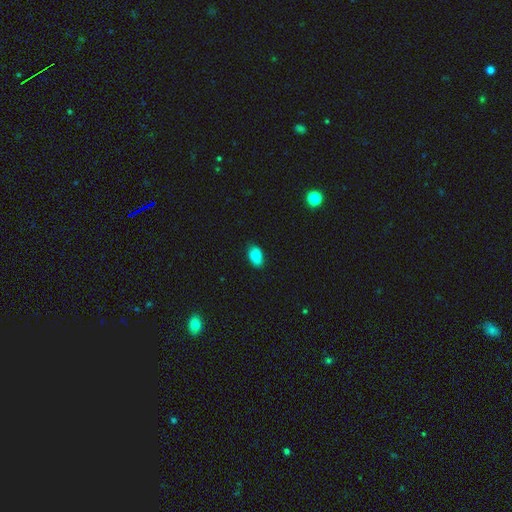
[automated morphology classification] Smooth or featured? Predicted: smooth (p=0.86). How rounded? Predicted: in between (p=0.90). Merging? Predicted: none (p=0.82).